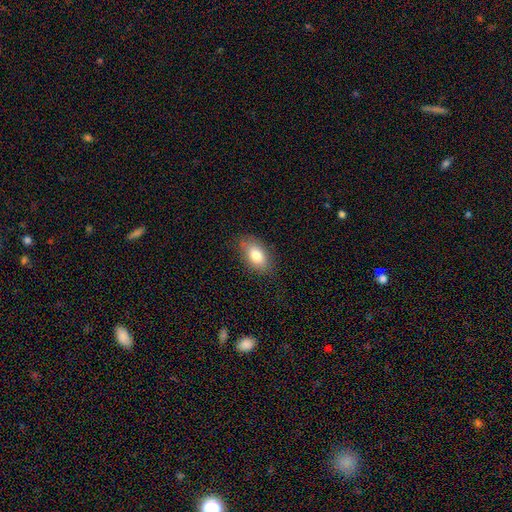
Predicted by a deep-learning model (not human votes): This appears to be a smooth galaxy with no disk features (80%) that is in between round and cigar-shaped (91%). Merging: none (83%).